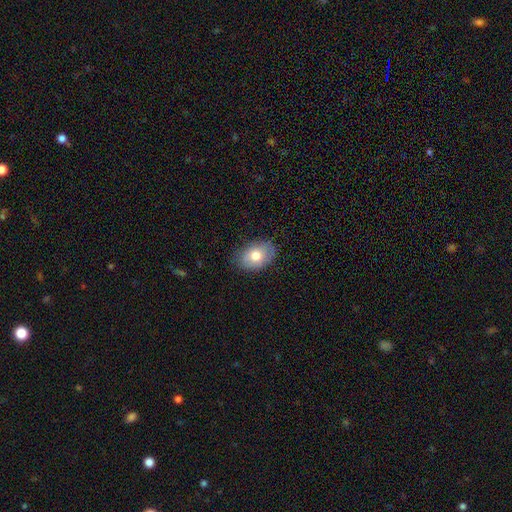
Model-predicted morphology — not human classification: Smooth or featured? Predicted: smooth (p=0.73). How rounded? Predicted: in between (p=0.81). Merging? Predicted: none (p=0.81).